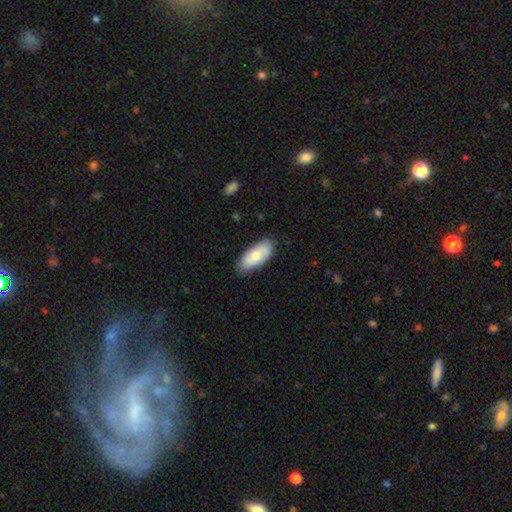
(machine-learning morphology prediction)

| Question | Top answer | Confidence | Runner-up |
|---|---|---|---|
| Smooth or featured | smooth | 64% | featured or disk (30%) |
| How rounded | in between | 90% | cigar-shaped (8%) |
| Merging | none | 82% | minor disturbance (14%) |